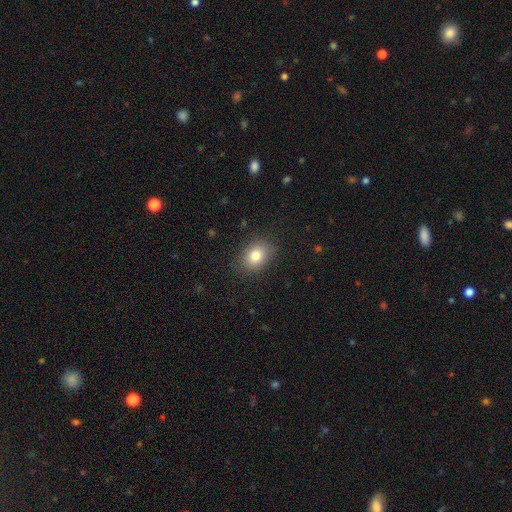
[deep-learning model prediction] smooth-or-featured: smooth: 81% | star or artifact: 10% | featured or disk: 9%
  how-rounded: in between: 63% | round: 36% | cigar-shaped: 1%
  merging: none: 84% | minor disturbance: 12% | major disturbance: 3% | merger: 1%